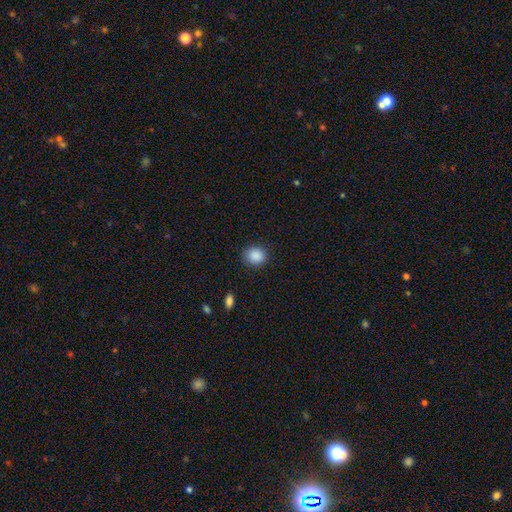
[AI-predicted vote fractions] Smooth or featured?
  - smooth: 89% *
  - star or artifact: 9%
  - featured or disk: 3%
How rounded?
  - round: 72% *
  - in between: 27%
  - cigar-shaped: 1%
Merging?
  - none: 86% *
  - minor disturbance: 10%
  - major disturbance: 3%
  - merger: 1%